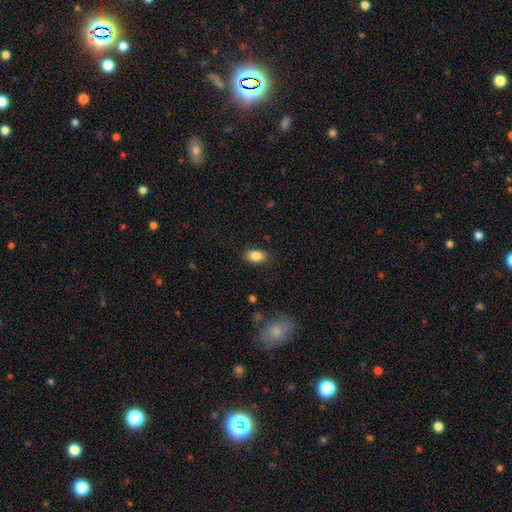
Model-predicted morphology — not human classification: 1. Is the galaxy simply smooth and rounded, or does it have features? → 86% smooth, 8% star or artifact, 6% featured or disk.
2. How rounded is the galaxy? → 88% in between, 10% round, 2% cigar-shaped.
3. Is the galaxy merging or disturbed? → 85% none, 11% minor disturbance, 3% major disturbance, 1% merger.